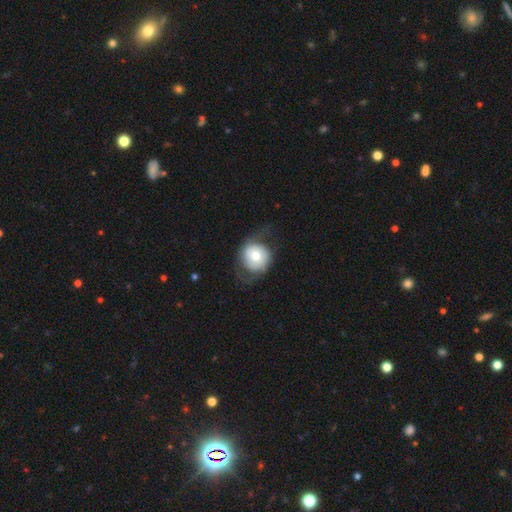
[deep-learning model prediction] The model was most divided on "smooth or featured": smooth: 53%, featured or disk: 40%, star or artifact: 7%. More confident: how rounded — round (83%); merging — none (55%).